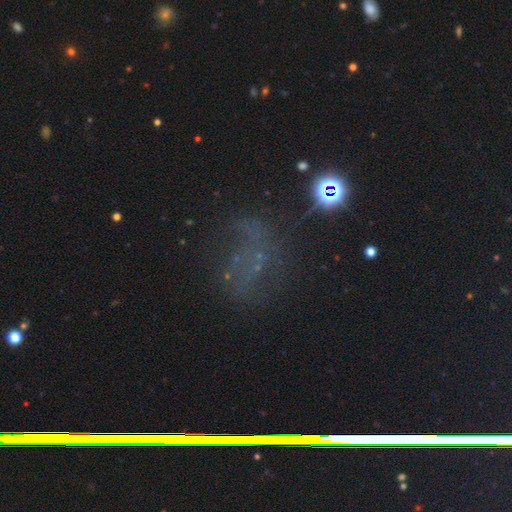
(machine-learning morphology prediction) Smooth or featured? Predicted: star or artifact (p=0.51).